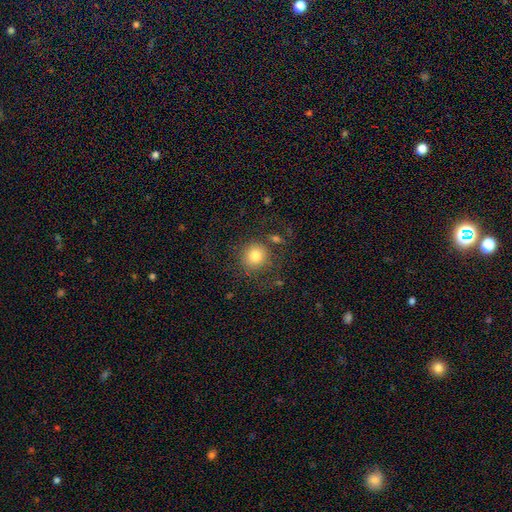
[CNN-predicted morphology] Q: Smooth or featured?
A: smooth (80%); runner-up: star or artifact (11%)
Q: How rounded?
A: round (92%); runner-up: in between (7%)
Q: Merging?
A: none (76%); runner-up: minor disturbance (12%)